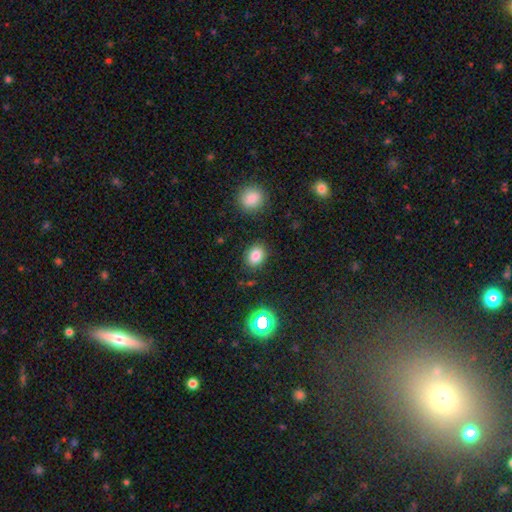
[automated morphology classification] A smooth galaxy with no disk features (82%) that is in between round and cigar-shaped (55%).

Vote fractions:
- Smooth or featured? smooth: 82% / star or artifact: 13% / featured or disk: 6%
- How rounded? in between: 55% / round: 44% / cigar-shaped: 1%
- Merging? none: 86% / minor disturbance: 9% / major disturbance: 3% / merger: 2%